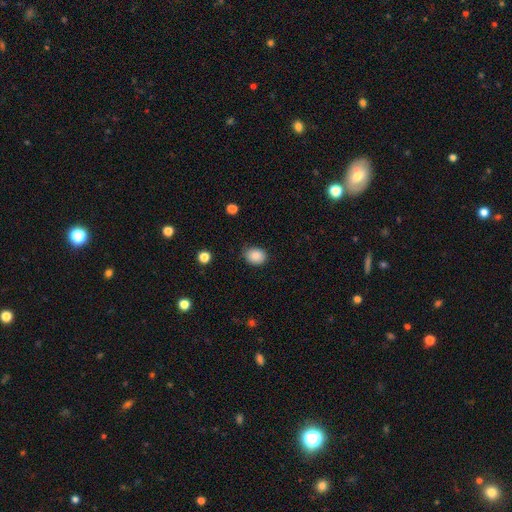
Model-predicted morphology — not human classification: A smooth galaxy with no disk features (87%) that is in between round and cigar-shaped (52%). Merging: none (76%).